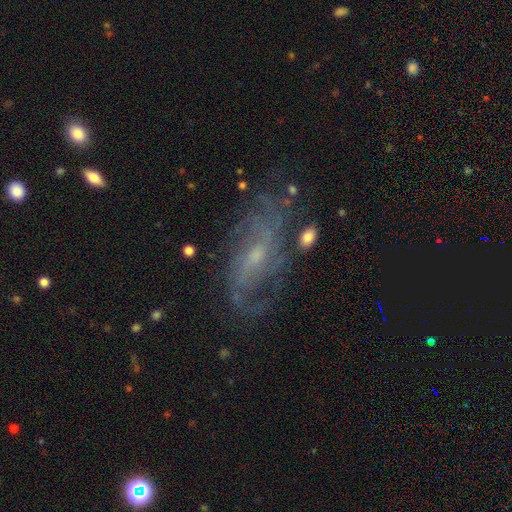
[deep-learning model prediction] Smooth or featured?
  - featured or disk: 79% *
  - smooth: 12%
  - star or artifact: 9%
Edge-on disk?
  - no: 92% *
  - yes: 8%
Bar?
  - no: 46% *
  - weak: 44%
  - strong: 10%
Spiral arms?
  - yes: 88% *
  - no: 12%
Spiral winding?
  - medium: 42% *
  - tight: 29%
  - loose: 29%
Spiral arm count?
  - can't tell: 39% *
  - 2: 30%
  - 3: 12%
  - 4: 7%
  - 1: 6%
  - more than 4: 5%
Bulge size?
  - small: 65% *
  - moderate: 26%
  - none: 6%
  - large: 2%
  - dominant: 1%
Merging?
  - none: 65% *
  - minor disturbance: 18%
  - major disturbance: 13%
  - merger: 3%